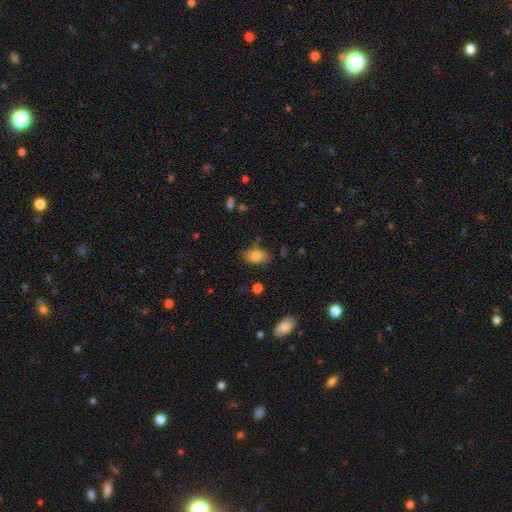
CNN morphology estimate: Smooth or featured?
  - smooth: 79% *
  - featured or disk: 12%
  - star or artifact: 9%
How rounded?
  - in between: 88% *
  - round: 10%
  - cigar-shaped: 2%
Merging?
  - none: 64% *
  - minor disturbance: 25%
  - major disturbance: 8%
  - merger: 4%